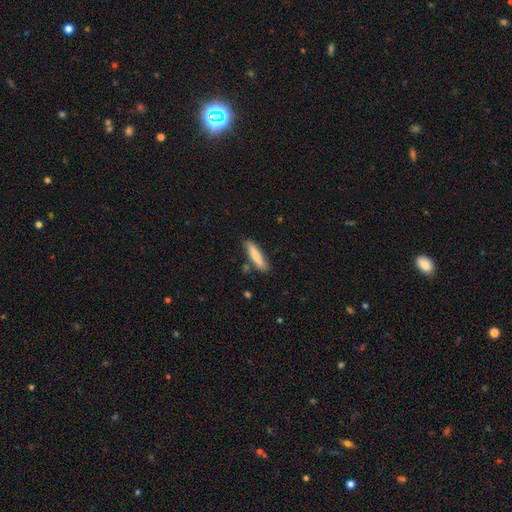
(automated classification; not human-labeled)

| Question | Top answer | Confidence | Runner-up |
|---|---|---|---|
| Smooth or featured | smooth | 77% | featured or disk (18%) |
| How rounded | cigar-shaped | 79% | in between (19%) |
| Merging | none | 80% | minor disturbance (14%) |